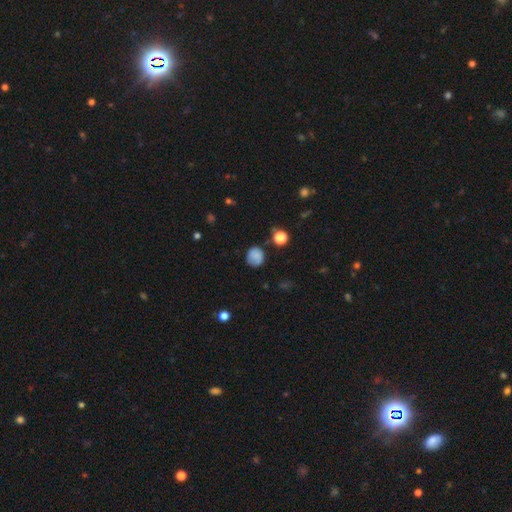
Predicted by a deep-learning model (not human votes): smooth 75%, featured or disk 13%, star or artifact 11%. Down the decision tree: how rounded — round (81%); merging — none (68%).